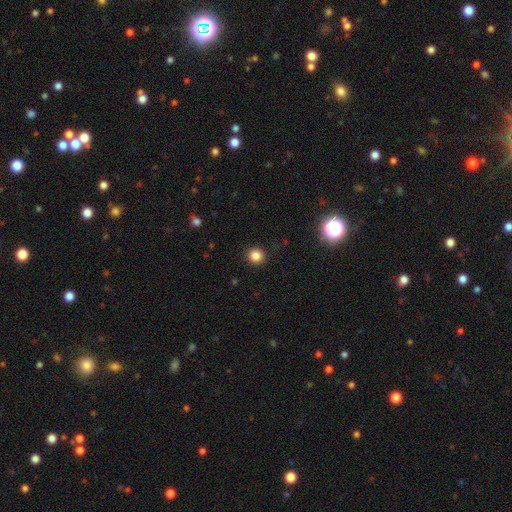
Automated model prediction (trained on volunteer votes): This is clearly a smooth galaxy (84%). How rounded: clearly round (92%). Merging: clearly none (91%).